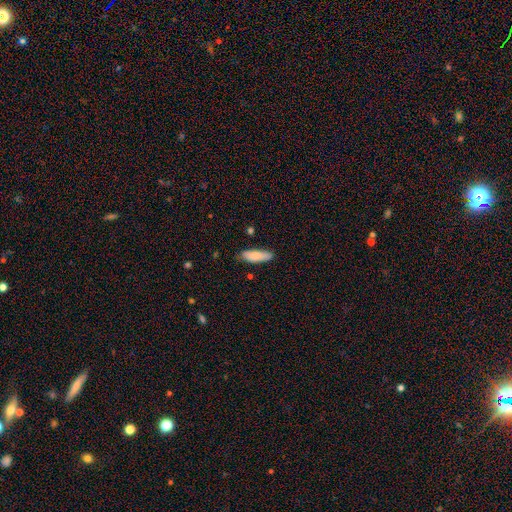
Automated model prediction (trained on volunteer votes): Smooth or featured: smooth — 85% (featured or disk — 9%)
How rounded: in between — 53% (cigar-shaped — 45%)
Merging: none — 78% (minor disturbance — 18%)